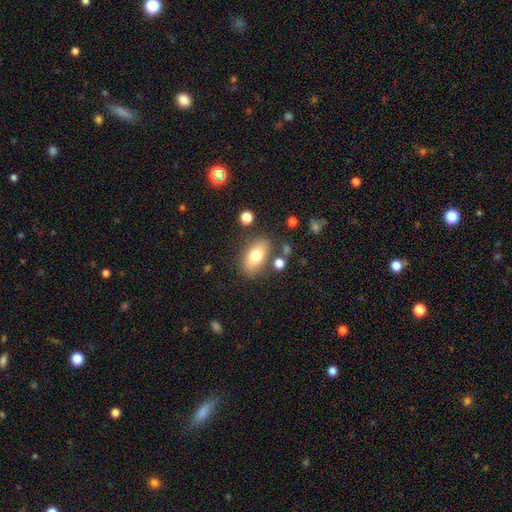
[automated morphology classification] A smooth galaxy with no disk features (75%) that is in between round and cigar-shaped (88%).

Vote fractions:
- Smooth or featured? smooth: 75% / featured or disk: 16% / star or artifact: 8%
- How rounded? in between: 88% / round: 7% / cigar-shaped: 5%
- Merging? none: 79% / minor disturbance: 12% / merger: 5% / major disturbance: 4%